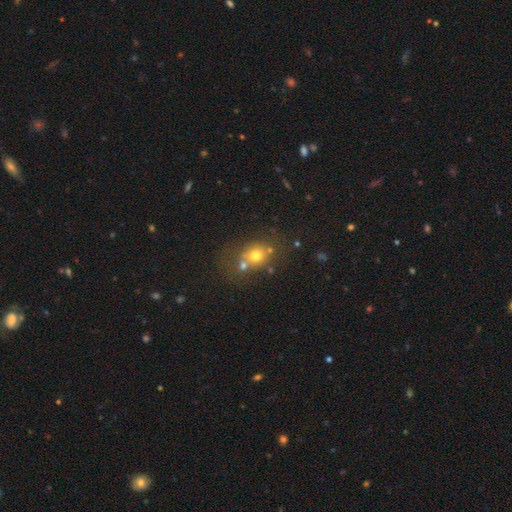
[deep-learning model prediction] A smooth galaxy with no disk features (65%) that is round (62%).

Vote fractions:
- Smooth or featured? smooth: 65% / featured or disk: 18% / star or artifact: 16%
- How rounded? round: 62% / in between: 36% / cigar-shaped: 1%
- Merging? none: 52% / merger: 29% / minor disturbance: 13% / major disturbance: 7%